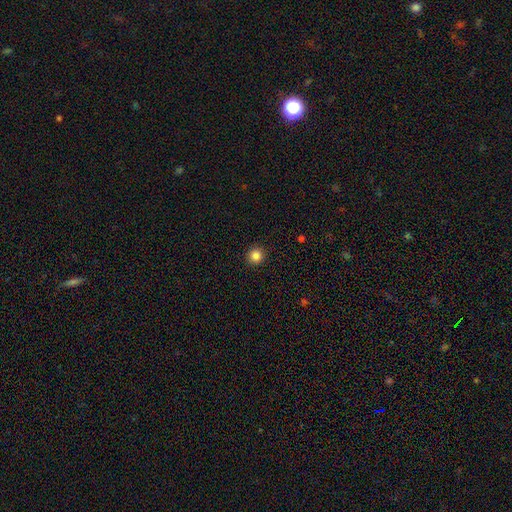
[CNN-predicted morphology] Smooth or featured?
  - smooth: 85% *
  - star or artifact: 11%
  - featured or disk: 4%
How rounded?
  - round: 95% *
  - in between: 4%
  - cigar-shaped: 1%
Merging?
  - none: 93% *
  - minor disturbance: 5%
  - major disturbance: 2%
  - merger: 1%